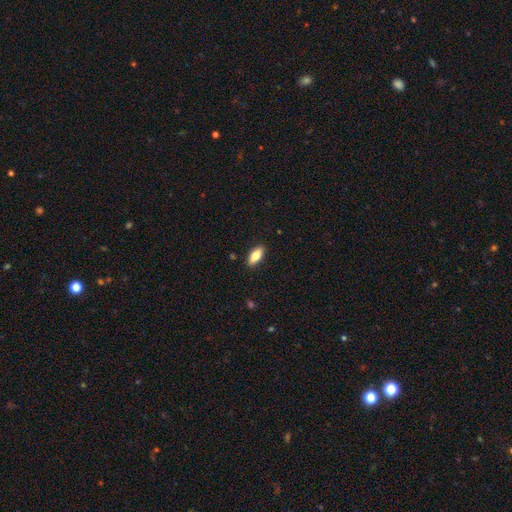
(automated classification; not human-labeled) A smooth galaxy with no disk features (76%) that is in between round and cigar-shaped (81%). Merging: none (89%).